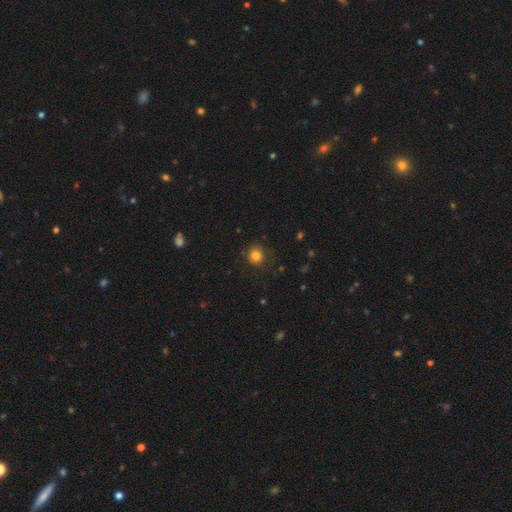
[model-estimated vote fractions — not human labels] The model was most divided on "merging": none: 81%, minor disturbance: 13%, major disturbance: 5%, merger: 1%. More confident: how rounded — round (89%); smooth or featured — smooth (81%).